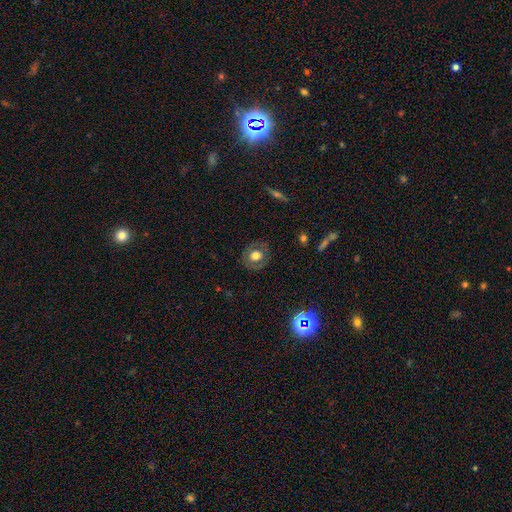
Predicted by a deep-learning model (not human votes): Smooth or featured? Predicted: smooth (p=0.59). How rounded? Predicted: round (p=0.78). Merging? Predicted: none (p=0.82).